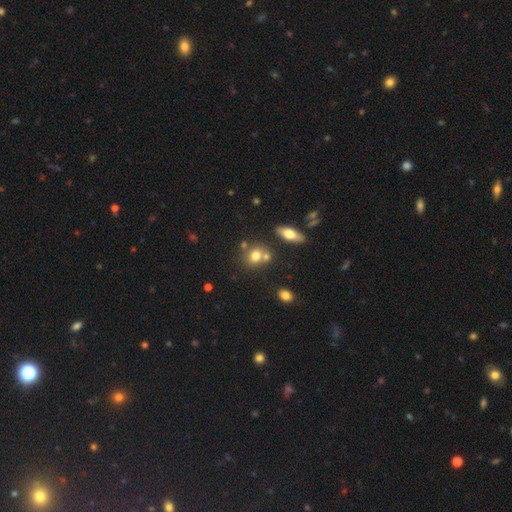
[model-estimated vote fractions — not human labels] The model was most divided on "merging": none: 56%, merger: 29%, minor disturbance: 11%, major disturbance: 4%. More confident: smooth or featured — smooth (72%); how rounded — round (67%).